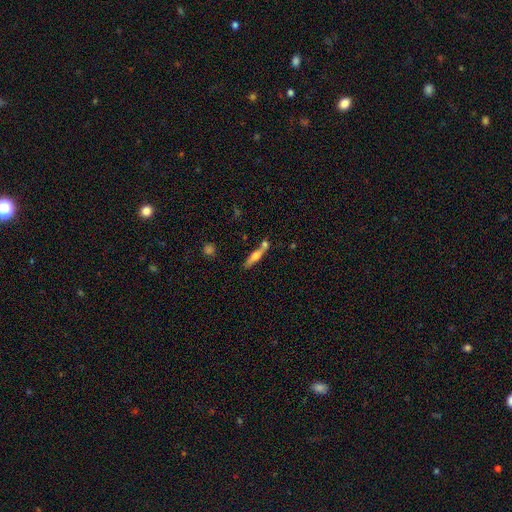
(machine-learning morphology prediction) A featured or disk galaxy (48%). Merging: none (59%).